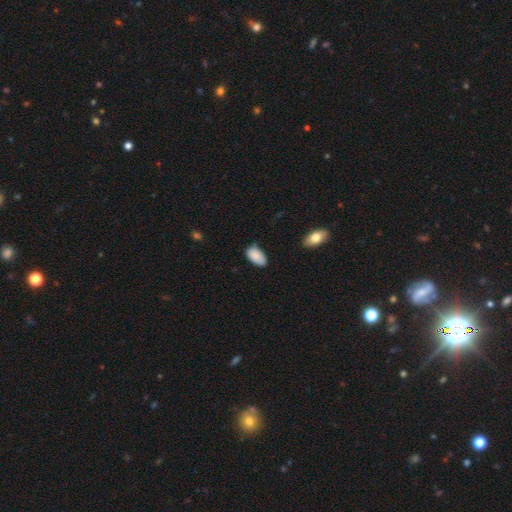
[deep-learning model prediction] Smooth or featured: smooth — 87% (star or artifact — 7%)
How rounded: in between — 95% (round — 4%)
Merging: none — 67% (minor disturbance — 27%)